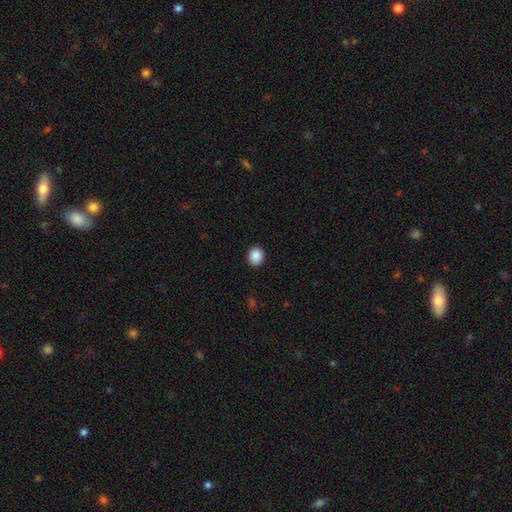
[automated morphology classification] The model was most divided on "how rounded": round: 75%, in between: 24%, cigar-shaped: 1%. More confident: merging — none (91%); smooth or featured — smooth (89%).